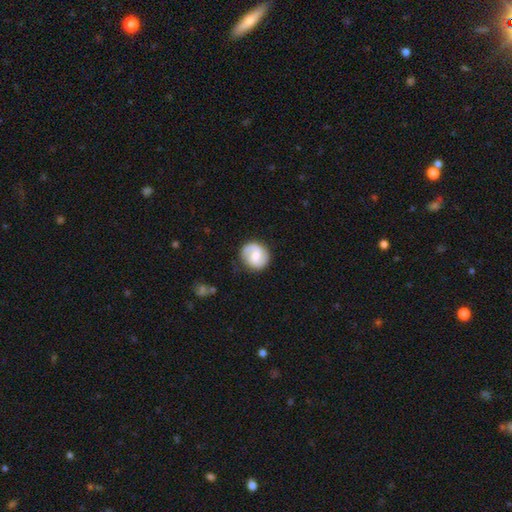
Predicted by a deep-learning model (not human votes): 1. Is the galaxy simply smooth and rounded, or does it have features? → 69% featured or disk, 26% smooth, 5% star or artifact.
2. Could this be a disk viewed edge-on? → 98% no, 2% yes.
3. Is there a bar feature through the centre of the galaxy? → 51% weak, 35% no, 14% strong.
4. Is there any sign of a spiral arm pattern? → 92% yes, 8% no.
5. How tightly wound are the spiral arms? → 45% medium, 28% tight, 26% loose.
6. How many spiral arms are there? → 86% 2, 6% 1, 5% can't tell, 1% 3, 1% 4, 1% more than 4.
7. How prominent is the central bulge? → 54% moderate, 33% small, 6% large, 5% none, 1% dominant.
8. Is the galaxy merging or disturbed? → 83% none, 12% minor disturbance, 4% major disturbance, 1% merger.